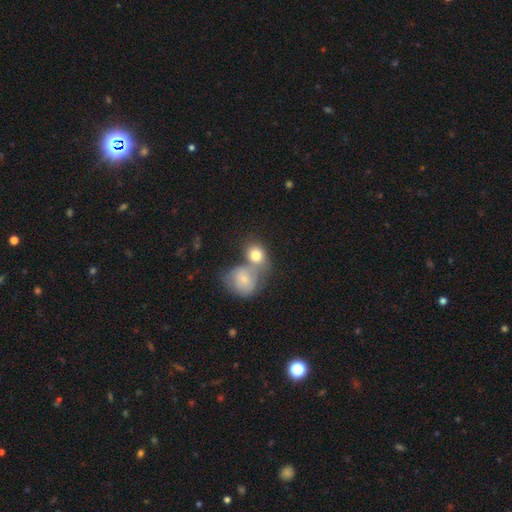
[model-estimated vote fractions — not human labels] The model was most divided on "merging": merger: 57%, none: 29%, minor disturbance: 9%, major disturbance: 5%. More confident: smooth or featured — smooth (78%); how rounded — round (66%).